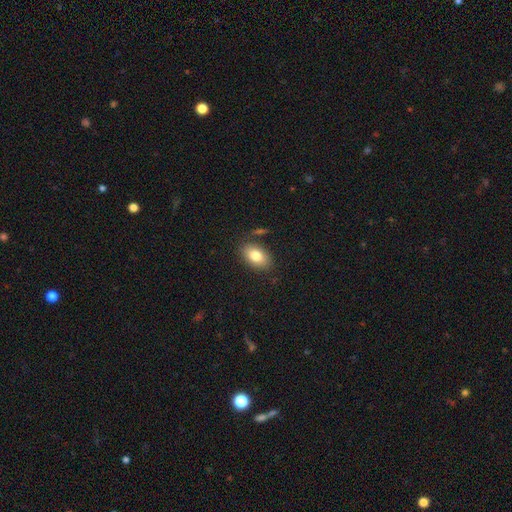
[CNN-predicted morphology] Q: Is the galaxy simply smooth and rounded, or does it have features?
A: smooth — 81%.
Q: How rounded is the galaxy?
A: in between — 90%.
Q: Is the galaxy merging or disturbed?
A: none — 82%.